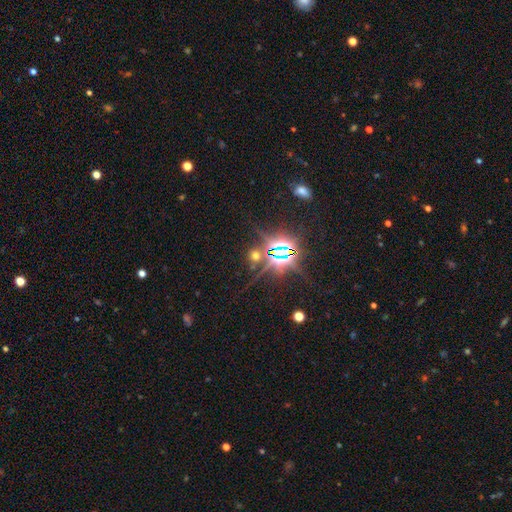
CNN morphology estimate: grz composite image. It shows a star or artifact, not a galaxy (67%).